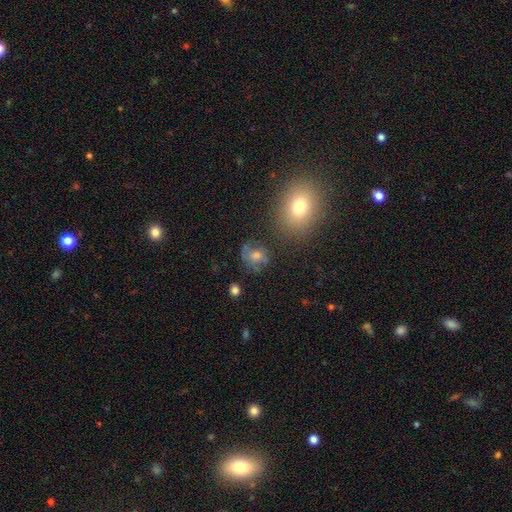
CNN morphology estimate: A smooth galaxy with no disk features (50%) that is round (70%). Merging: none (66%).